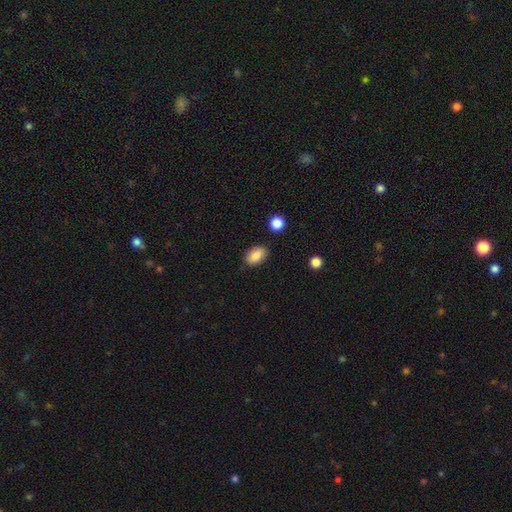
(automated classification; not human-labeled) Morphology: type=smooth (84%); roundness=in between (87%); merging=none (83%).